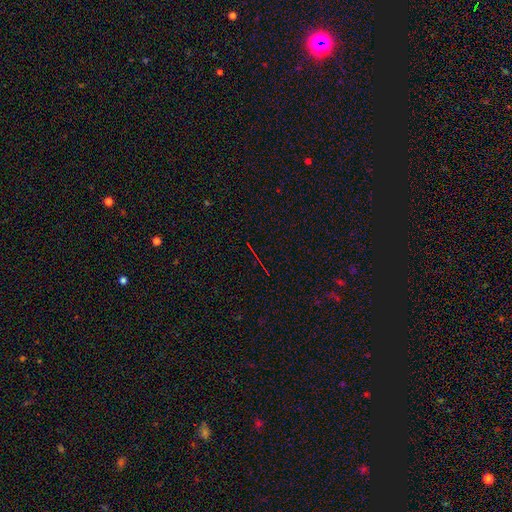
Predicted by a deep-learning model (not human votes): Smooth or featured? Predicted: star or artifact (p=0.75).